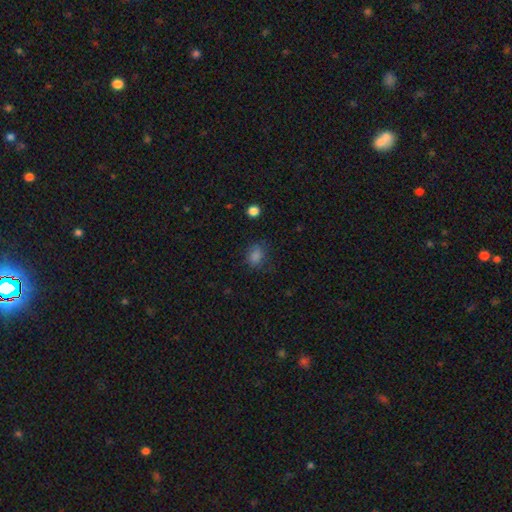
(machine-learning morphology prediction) A smooth galaxy with no disk features (79%) that is in between round and cigar-shaped (59%). Merging: none (73%).